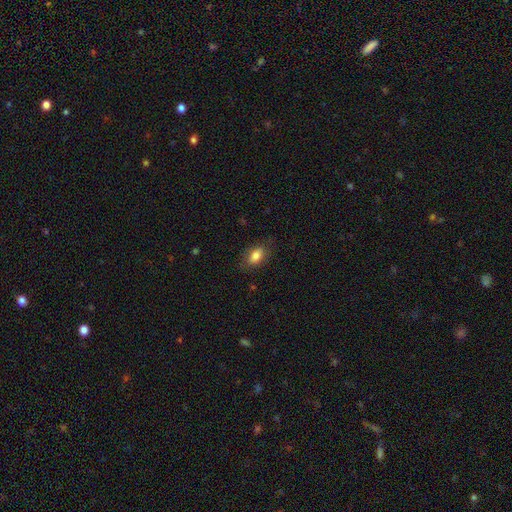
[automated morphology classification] A smooth galaxy with no disk features (81%) that is in between round and cigar-shaped (88%). Merging: none (79%).